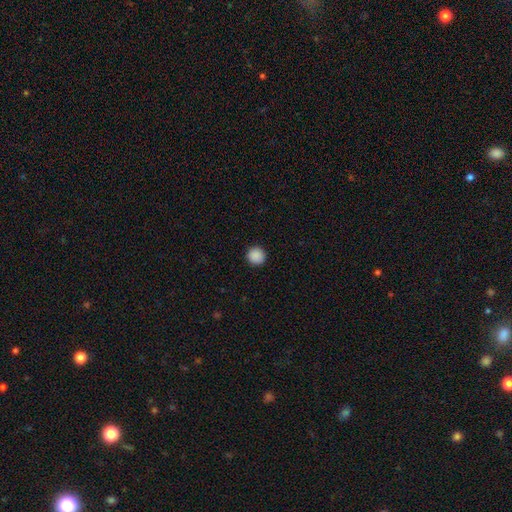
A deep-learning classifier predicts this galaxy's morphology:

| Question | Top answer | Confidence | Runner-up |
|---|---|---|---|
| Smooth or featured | smooth | 89% | star or artifact (9%) |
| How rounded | round | 94% | in between (5%) |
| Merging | none | 93% | minor disturbance (5%) |